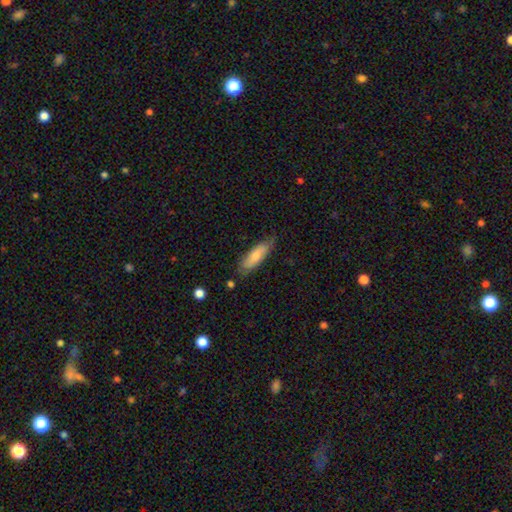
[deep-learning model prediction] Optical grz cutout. It shows a smooth galaxy with no disk features (74%) that is cigar-shaped (53%). Merging: none (72%).